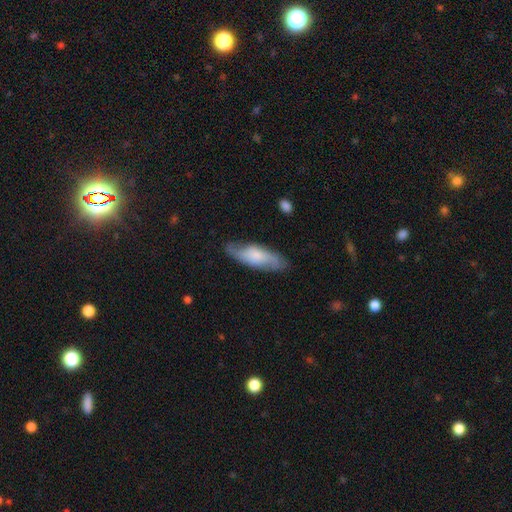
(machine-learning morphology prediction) Smooth or featured: smooth — 50% (featured or disk — 44%)
How rounded: in between — 56% (cigar-shaped — 41%)
Merging: none — 77% (minor disturbance — 17%)